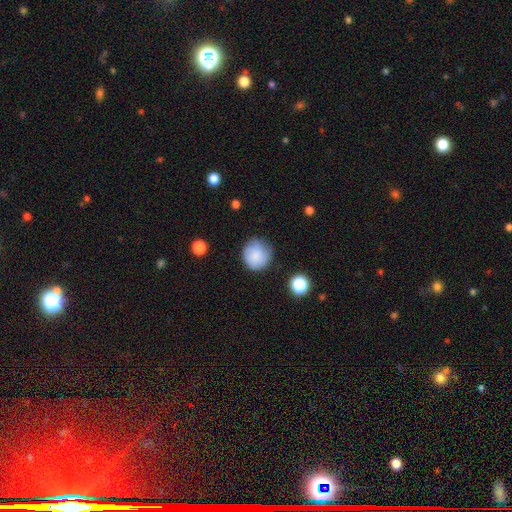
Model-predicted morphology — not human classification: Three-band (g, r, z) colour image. It shows a smooth galaxy with no disk features (81%) that is round (90%). Merging: none (73%).